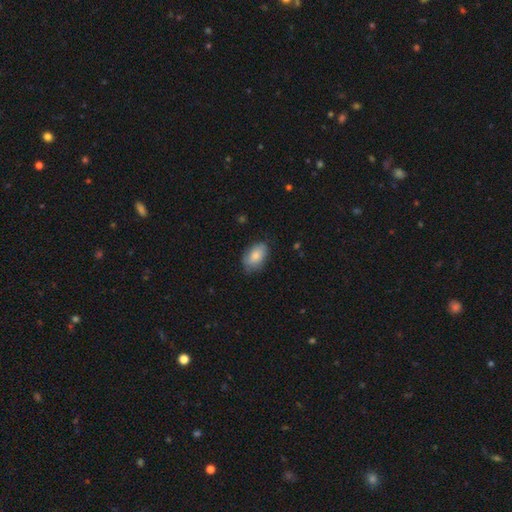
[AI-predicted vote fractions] Smooth or featured: smooth — 80% (featured or disk — 13%)
How rounded: in between — 91% (round — 8%)
Merging: none — 74% (minor disturbance — 21%)